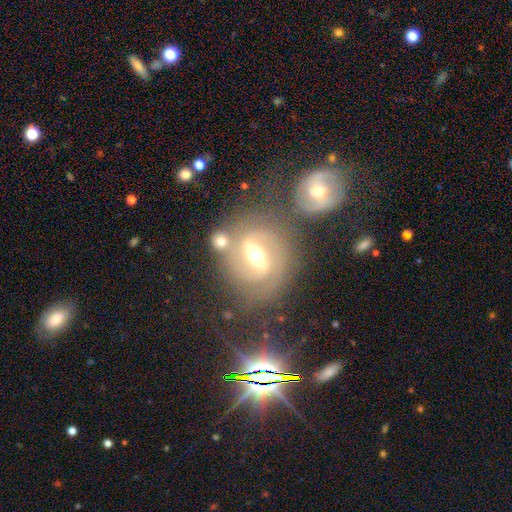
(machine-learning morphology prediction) featured or disk 75%, smooth 15%, star or artifact 10%. Down the decision tree: edge-on disk — no (94%); bar — strong (48%); spiral arms — yes (86%); spiral arm count — 2 (79%); spiral winding — medium (45%); bulge size — moderate (73%); merging — none (61%).